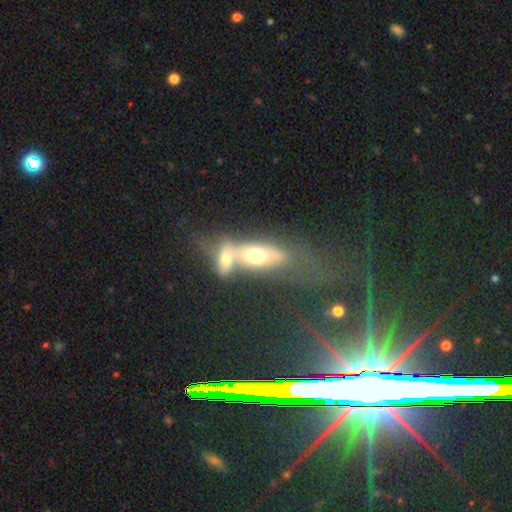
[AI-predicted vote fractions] Smooth or featured? smooth (50%)
How rounded? in between (75%)
Merging? merger (69%)